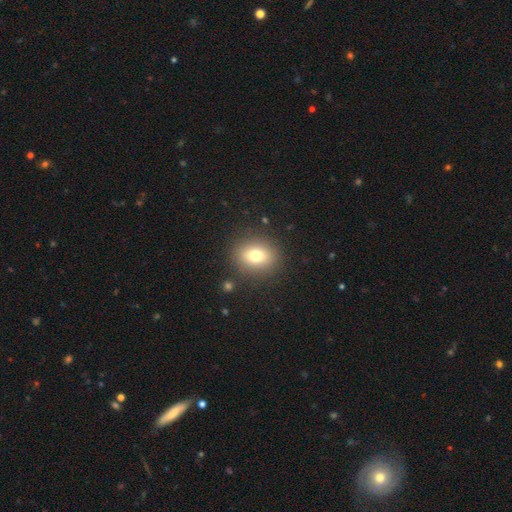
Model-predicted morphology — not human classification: Smooth or featured?
  - smooth: 74% *
  - featured or disk: 13%
  - star or artifact: 13%
How rounded?
  - round: 66% *
  - in between: 32%
  - cigar-shaped: 1%
Merging?
  - none: 88% *
  - minor disturbance: 7%
  - major disturbance: 3%
  - merger: 2%